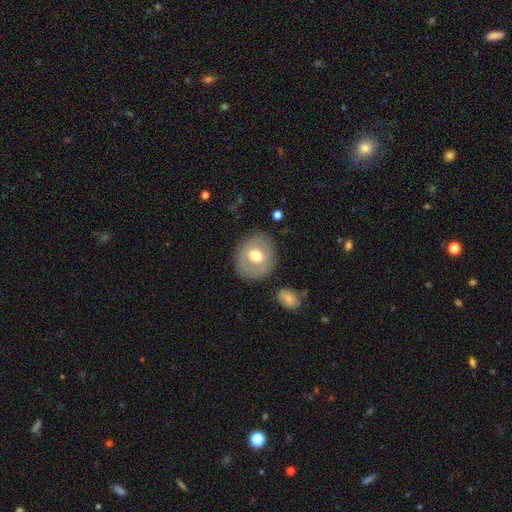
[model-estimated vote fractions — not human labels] smooth_or_featured: smooth (p=0.53) [alt: featured or disk p=0.41]
how_rounded: round (p=0.70) [alt: in between p=0.29]
merging: none (p=0.81) [alt: minor disturbance p=0.12]